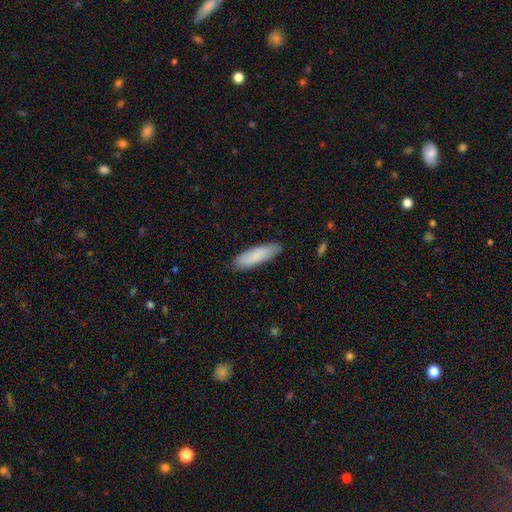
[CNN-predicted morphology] smooth-or-featured: smooth: 86% | featured or disk: 9% | star or artifact: 5%
  how-rounded: cigar-shaped: 59% | in between: 40% | round: 1%
  merging: none: 86% | minor disturbance: 11% | major disturbance: 2% | merger: 1%